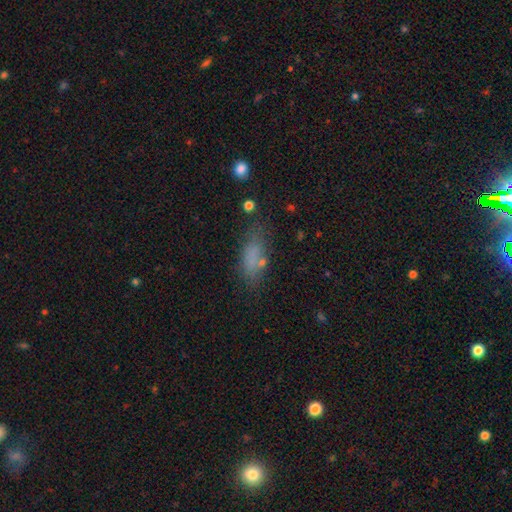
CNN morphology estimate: This appears to be a smooth galaxy with no disk features (65%) that is in between round and cigar-shaped (61%). Merging: none (64%).